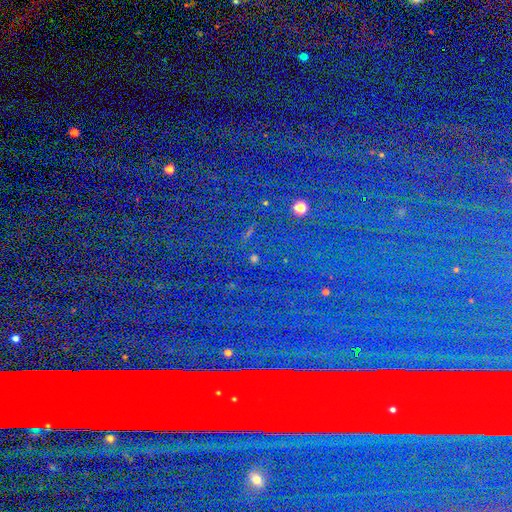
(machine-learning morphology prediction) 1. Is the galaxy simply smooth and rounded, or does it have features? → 82% star or artifact, 10% smooth, 9% featured or disk.